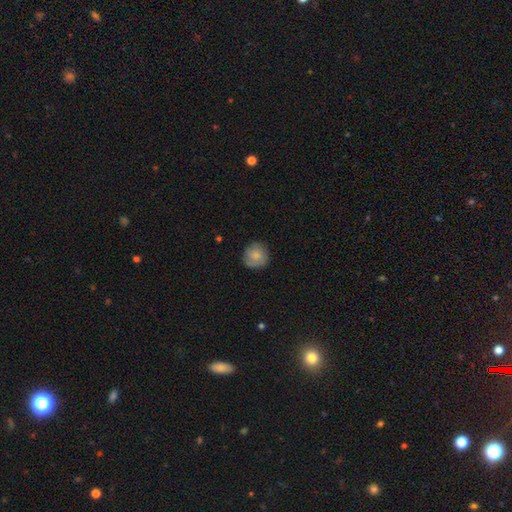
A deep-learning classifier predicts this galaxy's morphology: smooth-or-featured: smooth: 74% | featured or disk: 18% | star or artifact: 7%
  how-rounded: round: 90% | in between: 9% | cigar-shaped: 1%
  merging: none: 77% | minor disturbance: 17% | major disturbance: 4% | merger: 1%